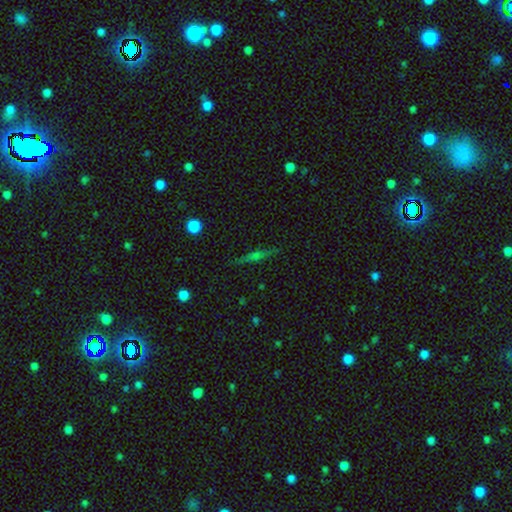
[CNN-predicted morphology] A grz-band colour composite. It shows a featured or disk galaxy (55%) viewed edge-on (95%) with a rounded central bulge (59%). Merging: none (89%).